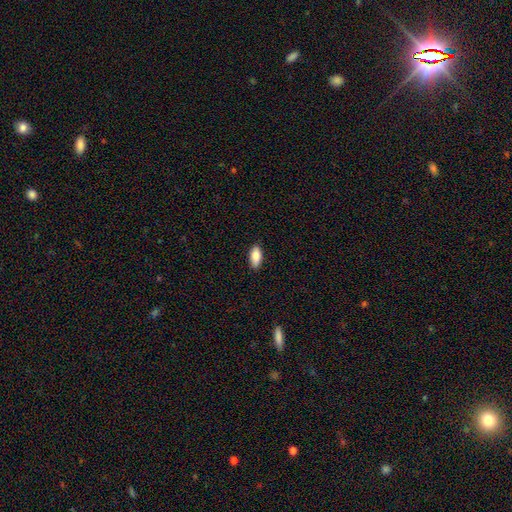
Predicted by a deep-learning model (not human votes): Smooth or featured? Predicted: smooth (p=0.83). How rounded? Predicted: in between (p=0.88). Merging? Predicted: none (p=0.89).